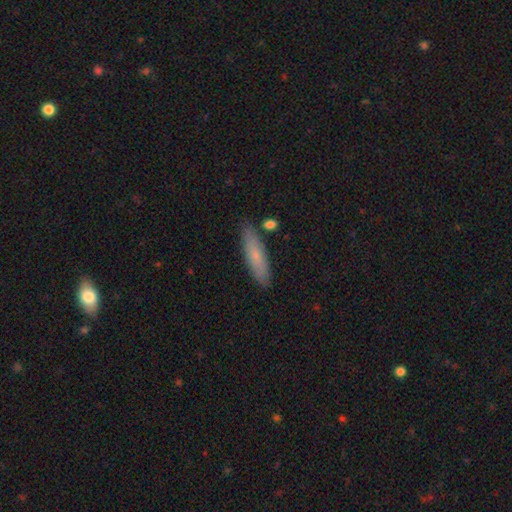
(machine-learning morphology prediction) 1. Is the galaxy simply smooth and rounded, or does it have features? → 72% smooth, 21% featured or disk, 7% star or artifact.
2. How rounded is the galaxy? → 69% cigar-shaped, 29% in between, 2% round.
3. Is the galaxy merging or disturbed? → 83% none, 12% minor disturbance, 3% merger, 2% major disturbance.